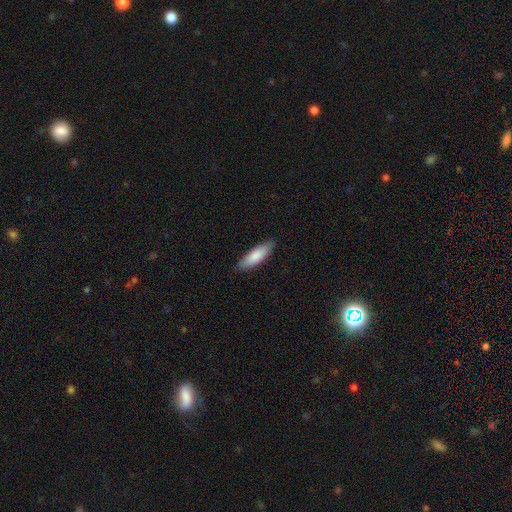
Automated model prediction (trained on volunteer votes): smooth-or-featured: smooth: 84% | featured or disk: 11% | star or artifact: 5%
  how-rounded: in between: 50% | cigar-shaped: 48% | round: 1%
  merging: none: 86% | minor disturbance: 11% | major disturbance: 2% | merger: 1%